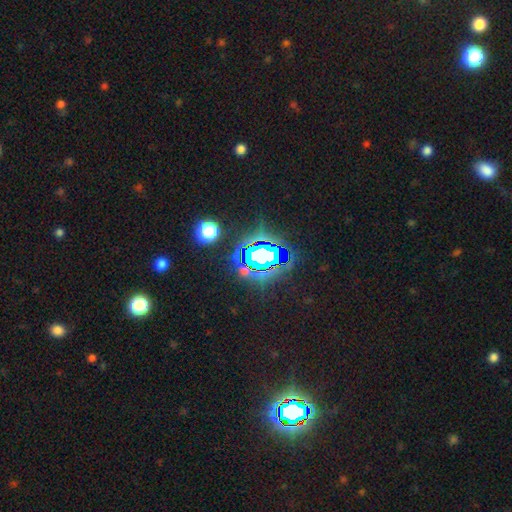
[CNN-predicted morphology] A star or artifact, not a galaxy (72%).

Vote fractions:
- Smooth or featured? star or artifact: 72% / smooth: 15% / featured or disk: 13%